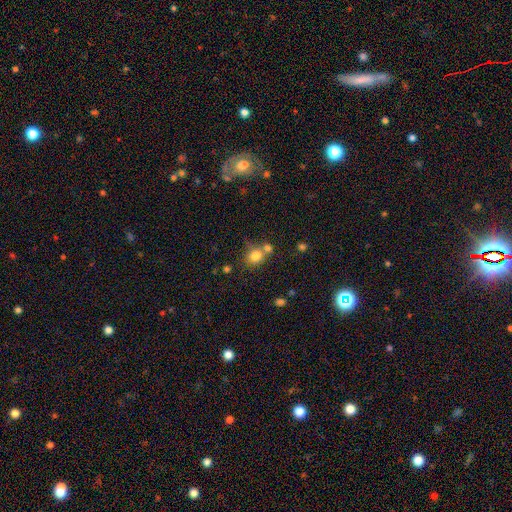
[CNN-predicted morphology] A smooth galaxy with no disk features (80%) that is round (70%).

Vote fractions:
- Smooth or featured? smooth: 80% / star or artifact: 12% / featured or disk: 8%
- How rounded? round: 70% / in between: 29% / cigar-shaped: 1%
- Merging? none: 55% / merger: 28% / minor disturbance: 13% / major disturbance: 5%